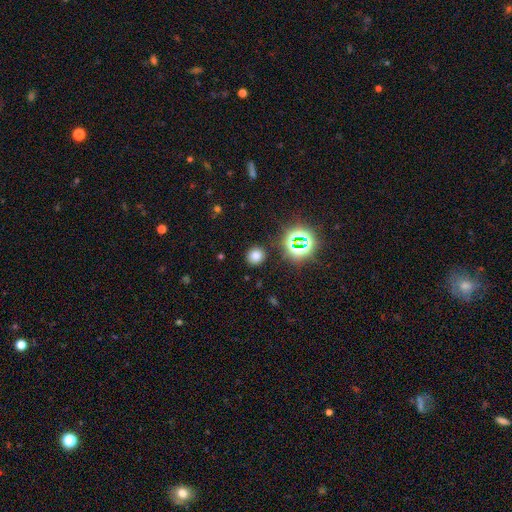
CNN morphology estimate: Smooth or featured? Predicted: smooth (p=0.71). How rounded? Predicted: round (p=0.87). Merging? Predicted: none (p=0.88).